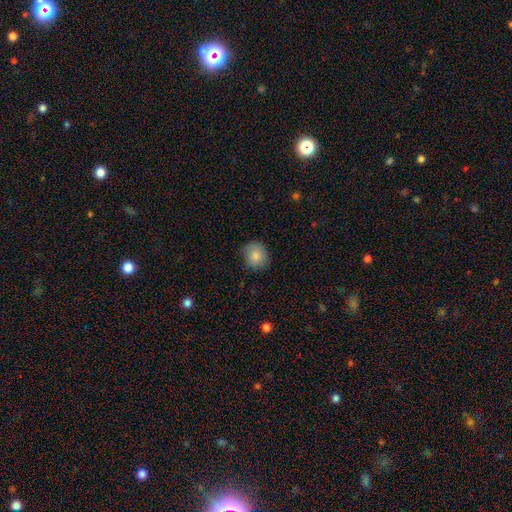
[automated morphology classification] A smooth galaxy with no disk features (85%) that is round (83%).

Vote fractions:
- Smooth or featured? smooth: 85% / star or artifact: 9% / featured or disk: 7%
- How rounded? round: 83% / in between: 16% / cigar-shaped: 1%
- Merging? none: 81% / minor disturbance: 15% / major disturbance: 3% / merger: 1%